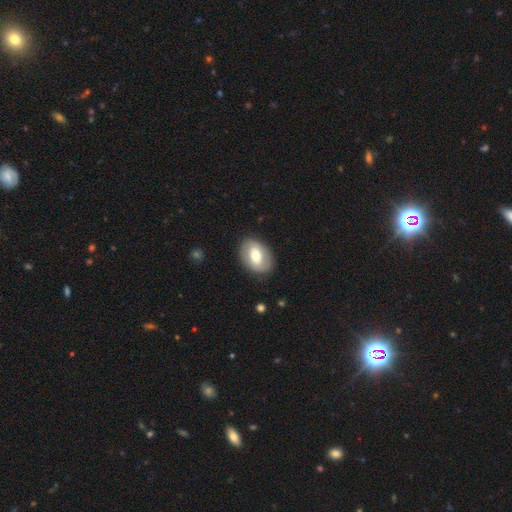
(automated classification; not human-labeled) Smooth or featured? Predicted: smooth (p=0.54). How rounded? Predicted: in between (p=0.80). Merging? Predicted: none (p=0.83).